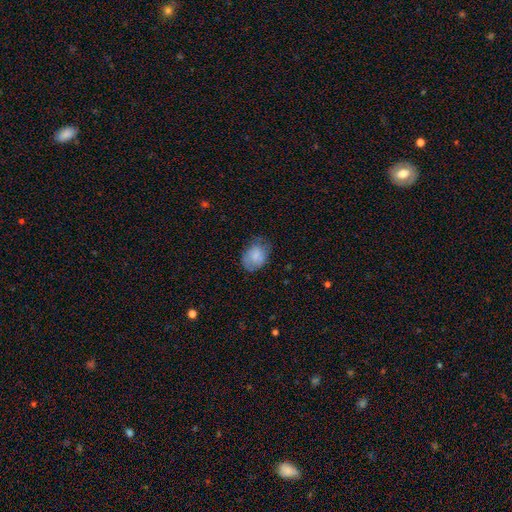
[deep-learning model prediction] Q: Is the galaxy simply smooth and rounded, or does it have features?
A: smooth — 73%.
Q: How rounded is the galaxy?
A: in between — 63%.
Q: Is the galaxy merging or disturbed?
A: none — 58%.